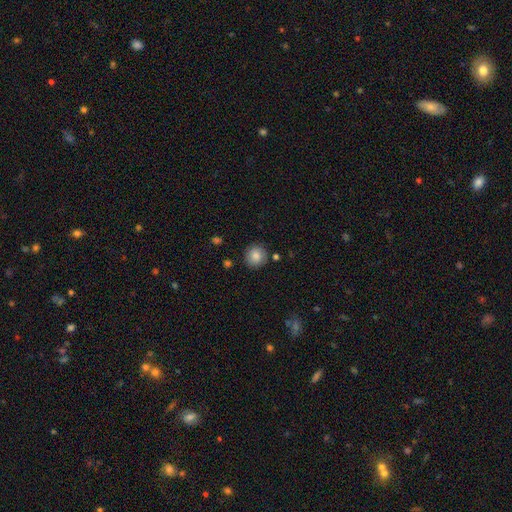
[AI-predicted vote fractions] This appears to be a smooth galaxy with no disk features (84%) that is round (92%). Merging: none (86%).